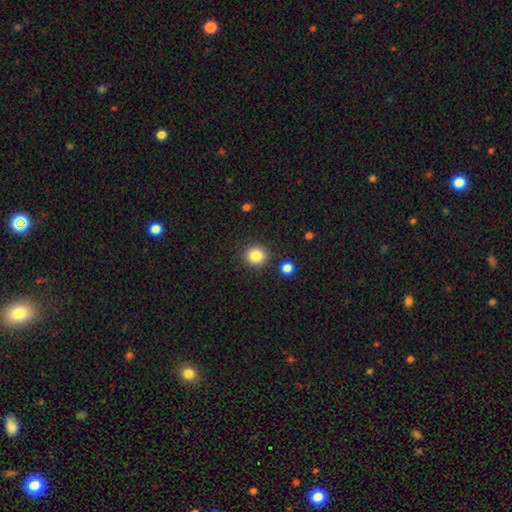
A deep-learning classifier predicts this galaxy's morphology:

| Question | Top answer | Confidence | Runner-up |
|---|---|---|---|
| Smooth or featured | smooth | 85% | star or artifact (11%) |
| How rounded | round | 92% | in between (7%) |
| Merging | none | 88% | minor disturbance (6%) |